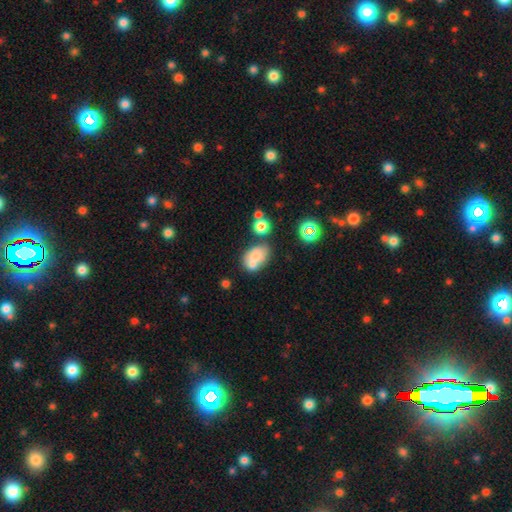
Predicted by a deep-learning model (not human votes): Smooth or featured? smooth (68%)
How rounded? in between (78%)
Merging? none (40%)